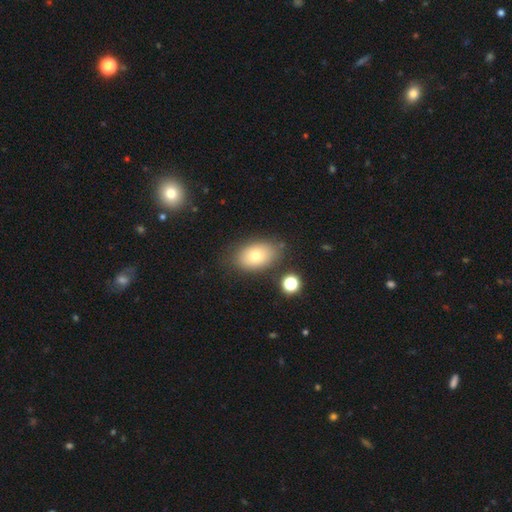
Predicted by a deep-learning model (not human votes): Q: Smooth or featured?
A: smooth (74%); runner-up: featured or disk (15%)
Q: How rounded?
A: in between (85%); runner-up: round (13%)
Q: Merging?
A: none (79%); runner-up: minor disturbance (14%)